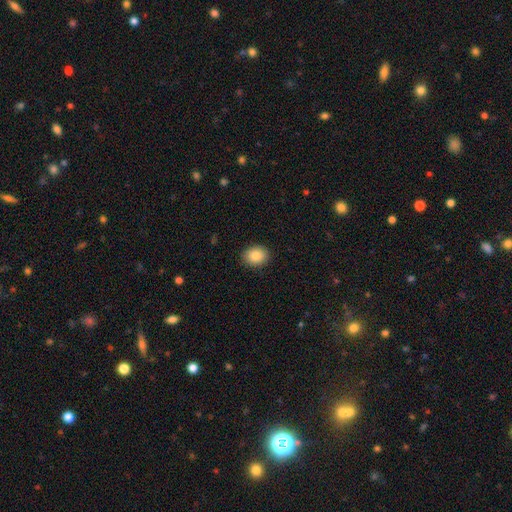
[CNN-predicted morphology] Q: Smooth or featured?
A: smooth (87%); runner-up: star or artifact (8%)
Q: How rounded?
A: round (53%); runner-up: in between (46%)
Q: Merging?
A: none (90%); runner-up: minor disturbance (7%)